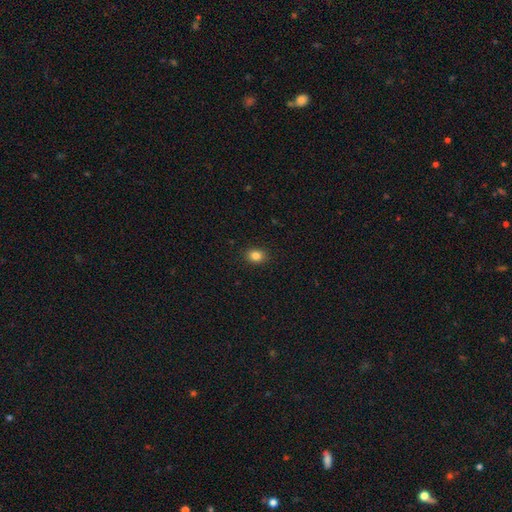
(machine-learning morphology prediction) Smooth or featured: smooth — 84% (star or artifact — 11%)
How rounded: round — 50% (in between — 49%)
Merging: none — 90% (minor disturbance — 7%)